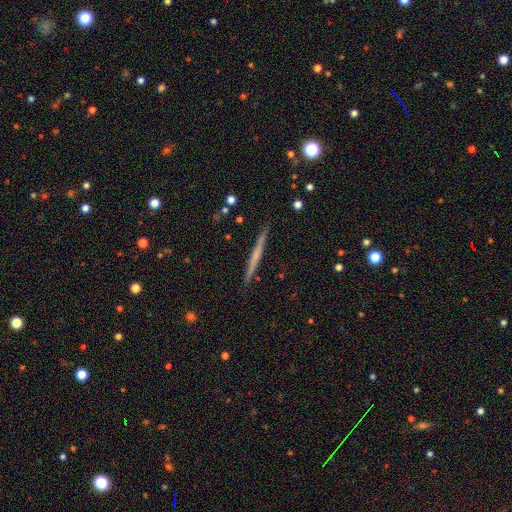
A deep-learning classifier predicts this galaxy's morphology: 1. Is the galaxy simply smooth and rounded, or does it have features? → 51% featured or disk, 43% smooth, 6% star or artifact.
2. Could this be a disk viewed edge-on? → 98% yes, 2% no.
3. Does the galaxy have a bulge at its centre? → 82% none, 13% rounded, 5% boxy.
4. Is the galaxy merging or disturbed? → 92% none, 6% minor disturbance, 1% major disturbance, 1% merger.